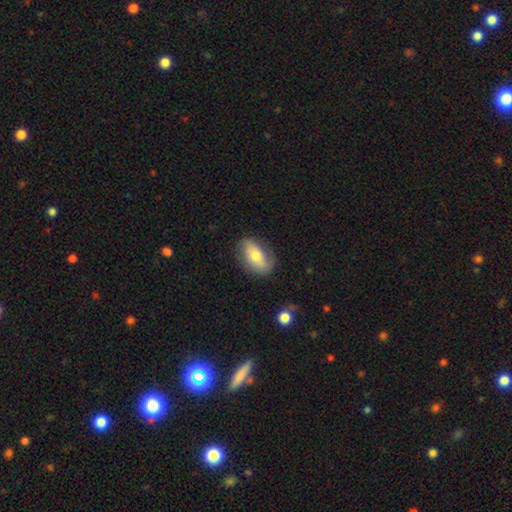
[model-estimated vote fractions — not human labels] The model was most divided on "smooth or featured": smooth: 59%, featured or disk: 34%, star or artifact: 7%. More confident: how rounded — in between (87%); merging — none (75%).